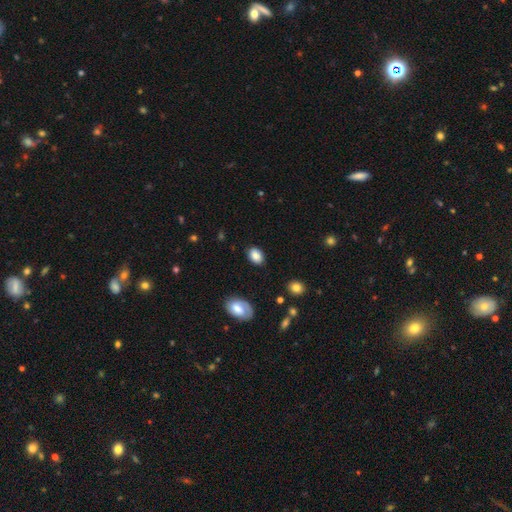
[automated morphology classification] smooth_or_featured: smooth (p=0.83) [alt: featured or disk p=0.09]
how_rounded: in between (p=0.78) [alt: round p=0.21]
merging: none (p=0.84) [alt: minor disturbance p=0.11]